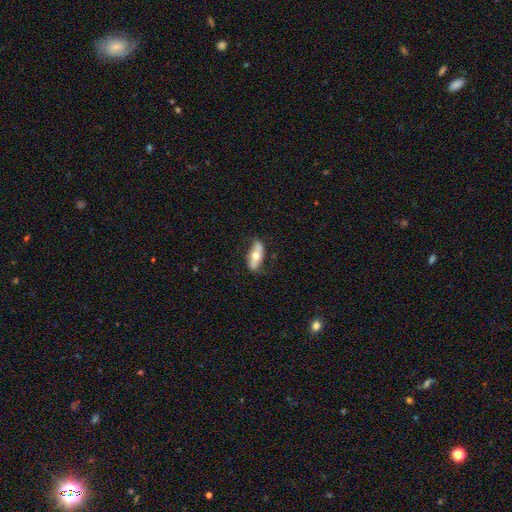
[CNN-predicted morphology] The model was most divided on "smooth or featured": smooth: 51%, featured or disk: 44%, star or artifact: 5%. More confident: merging — none (78%); how rounded — in between (70%).